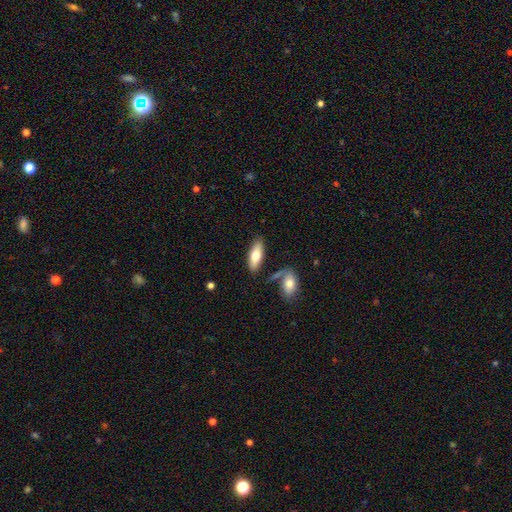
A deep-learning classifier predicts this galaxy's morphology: Smooth or featured: smooth — 68% (featured or disk — 27%)
How rounded: in between — 69% (cigar-shaped — 29%)
Merging: none — 72% (merger — 12%)